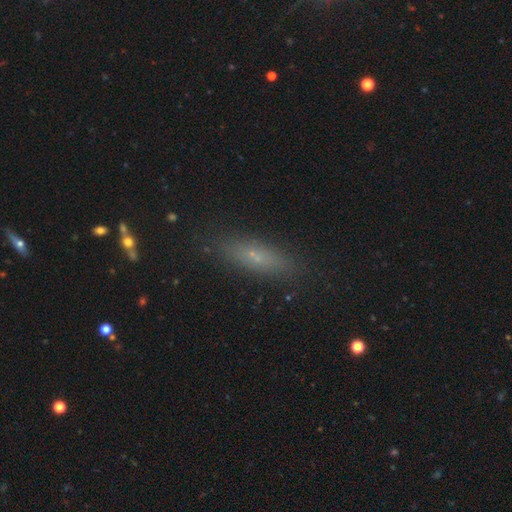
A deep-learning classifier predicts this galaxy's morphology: Smooth or featured?
  - smooth: 61% *
  - featured or disk: 24%
  - star or artifact: 15%
How rounded?
  - cigar-shaped: 62% *
  - in between: 35%
  - round: 3%
Merging?
  - none: 86% *
  - minor disturbance: 10%
  - major disturbance: 3%
  - merger: 1%